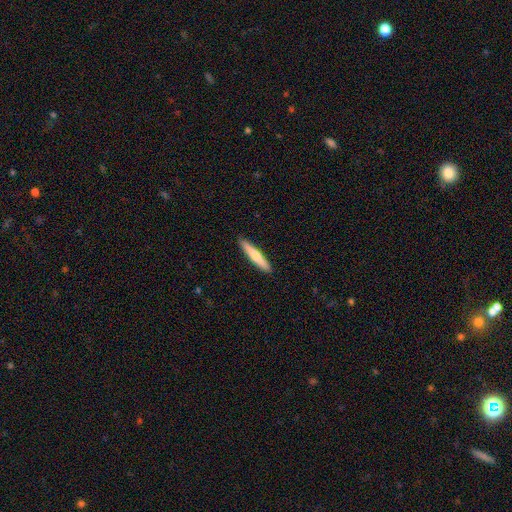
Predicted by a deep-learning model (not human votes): A smooth galaxy with no disk features (63%) that is cigar-shaped (92%).

Vote fractions:
- Smooth or featured? smooth: 63% / featured or disk: 32% / star or artifact: 5%
- How rounded? cigar-shaped: 92% / in between: 6% / round: 1%
- Merging? none: 91% / minor disturbance: 6% / major disturbance: 1% / merger: 1%